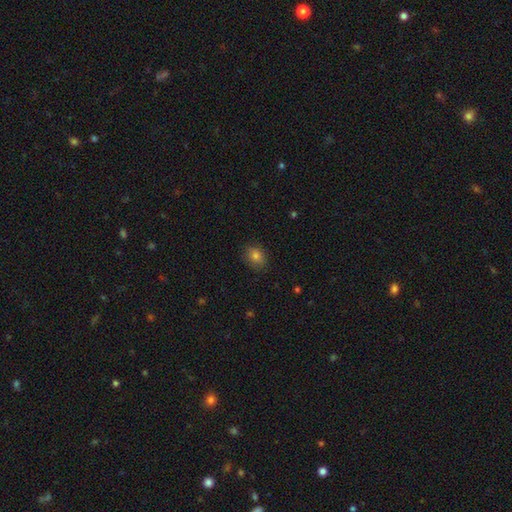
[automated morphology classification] Q: Smooth or featured?
A: smooth (81%); runner-up: star or artifact (11%)
Q: How rounded?
A: in between (56%); runner-up: round (43%)
Q: Merging?
A: none (83%); runner-up: minor disturbance (13%)